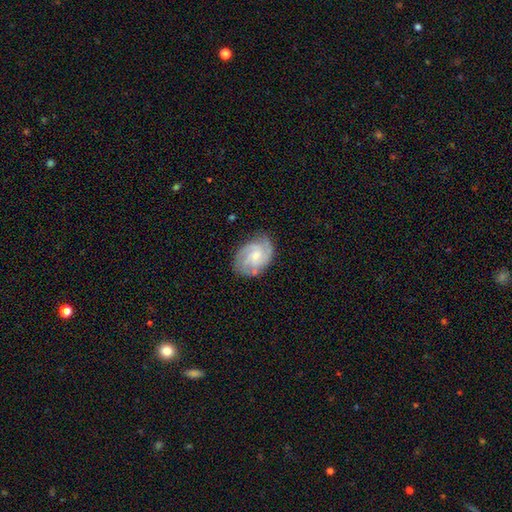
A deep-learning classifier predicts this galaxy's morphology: smooth_or_featured: featured or disk (p=0.80) [alt: smooth p=0.15]
disk_edge_on: no (p=0.98) [alt: yes p=0.02]
bar: no (p=0.59) [alt: weak p=0.37]
has_spiral_arms: yes (p=0.96) [alt: no p=0.04]
spiral_winding: tight (p=0.47) [alt: medium p=0.44]
spiral_arm_count: 3 (p=0.43) [alt: 2 p=0.26]
bulge_size: small (p=0.57) [alt: moderate p=0.35]
merging: none (p=0.74) [alt: minor disturbance p=0.19]